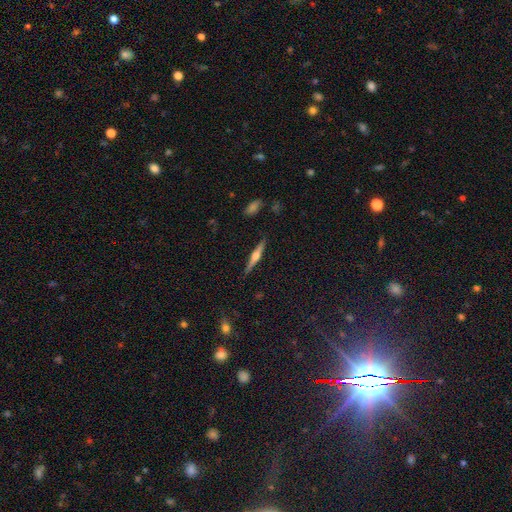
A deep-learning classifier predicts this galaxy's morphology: A featured or disk galaxy (70%) viewed edge-on (98%) with a rounded central bulge (92%). Merging: none (90%).